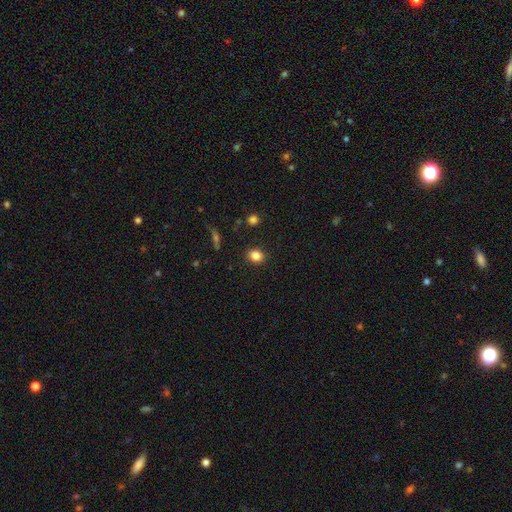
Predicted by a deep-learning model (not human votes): smooth 84%, star or artifact 11%, featured or disk 6%. Down the decision tree: how rounded — round (59%); merging — none (89%).